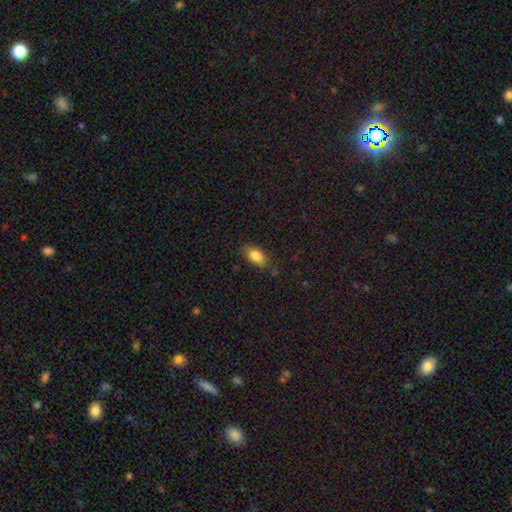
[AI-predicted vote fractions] Morphology: type=smooth (83%); roundness=in between (89%); merging=none (77%).